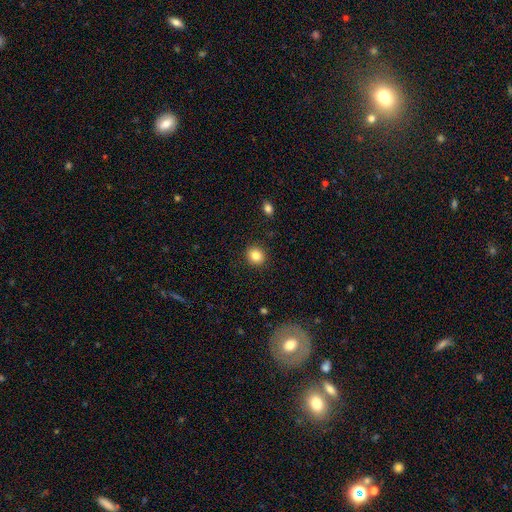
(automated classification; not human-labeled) smooth_or_featured: smooth (p=0.84) [alt: star or artifact p=0.10]
how_rounded: round (p=0.82) [alt: in between p=0.17]
merging: none (p=0.91) [alt: minor disturbance p=0.06]